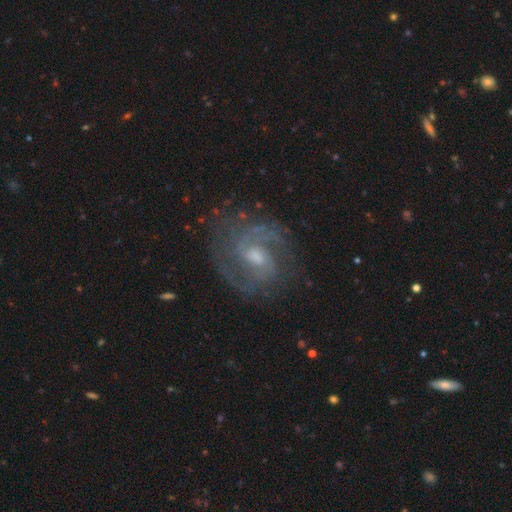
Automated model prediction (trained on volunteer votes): Smooth or featured?
  - featured or disk: 90% *
  - star or artifact: 6%
  - smooth: 5%
Edge-on disk?
  - no: 98% *
  - yes: 2%
Bar?
  - weak: 56% *
  - no: 33%
  - strong: 11%
Spiral arms?
  - yes: 97% *
  - no: 3%
Spiral winding?
  - medium: 53% *
  - tight: 37%
  - loose: 11%
Spiral arm count?
  - 2: 70% *
  - 3: 11%
  - can't tell: 10%
  - 4: 3%
  - 1: 3%
  - more than 4: 3%
Bulge size?
  - moderate: 48% *
  - small: 41%
  - none: 6%
  - large: 4%
  - dominant: 1%
Merging?
  - none: 76% *
  - minor disturbance: 16%
  - major disturbance: 7%
  - merger: 1%